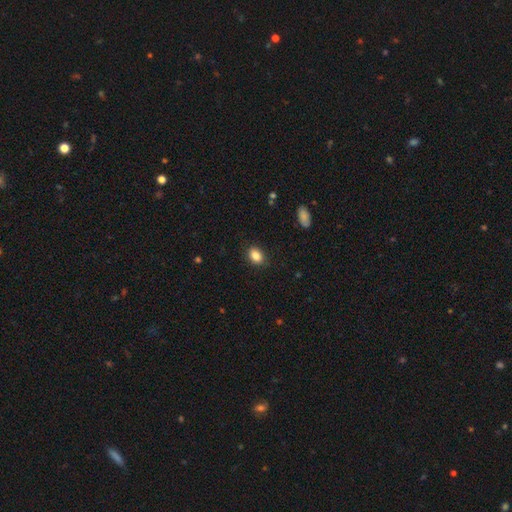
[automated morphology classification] A smooth galaxy with no disk features (86%) that is in between round and cigar-shaped (77%). Merging: none (87%).